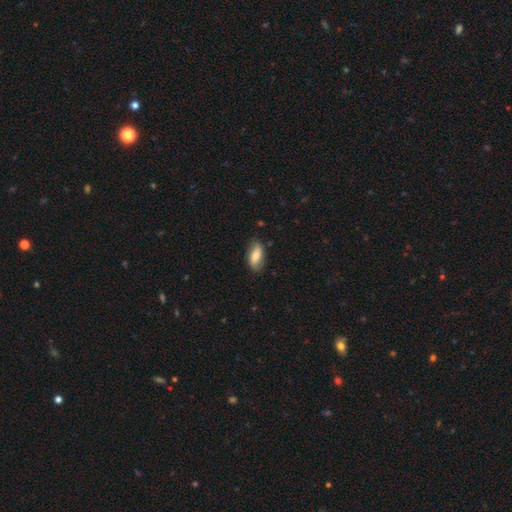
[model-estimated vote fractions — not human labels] The model was most divided on "smooth or featured": smooth: 70%, featured or disk: 24%, star or artifact: 6%. More confident: how rounded — in between (85%); merging — none (81%).